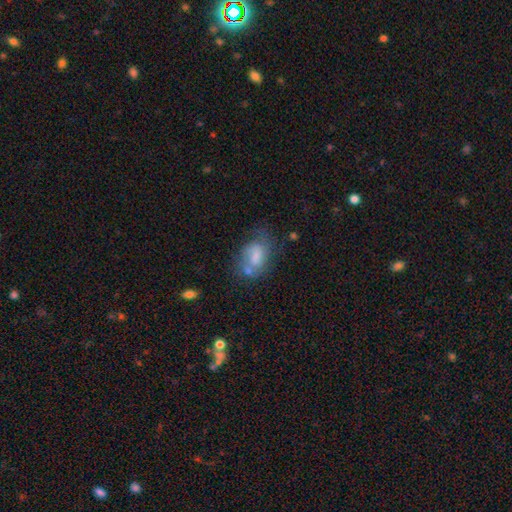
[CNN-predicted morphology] smooth-or-featured: smooth: 48% | featured or disk: 41% | star or artifact: 11%
  merging: none: 44% | minor disturbance: 25% | major disturbance: 16% | merger: 15%